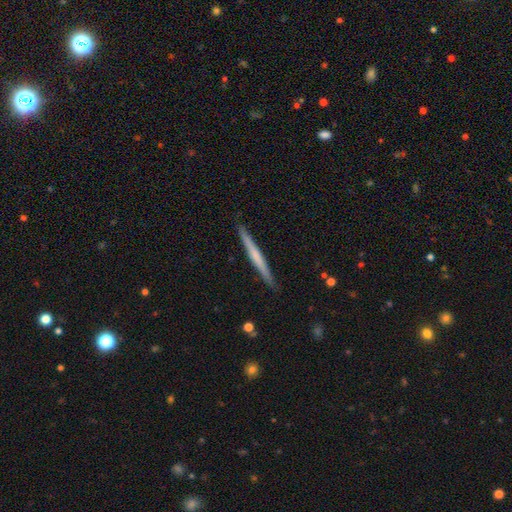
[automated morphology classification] Smooth or featured? Predicted: featured or disk (p=0.49). Merging? Predicted: none (p=0.91).